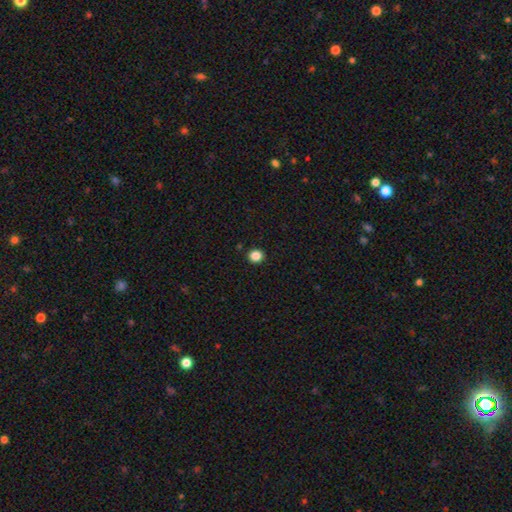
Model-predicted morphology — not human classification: smooth 86%, star or artifact 11%, featured or disk 3%. Down the decision tree: how rounded — round (89%); merging — none (92%).